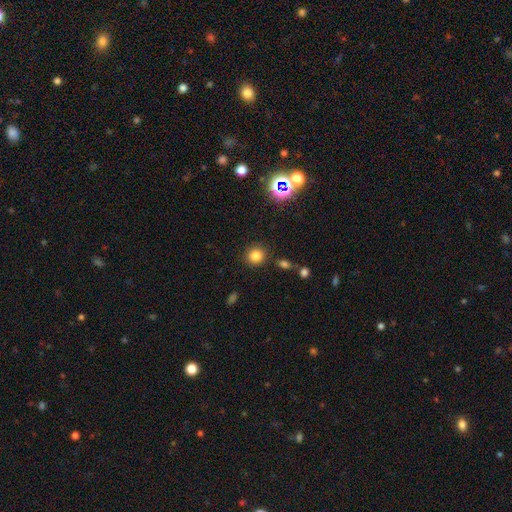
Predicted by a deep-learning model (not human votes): Smooth or featured? smooth (80%)
How rounded? round (84%)
Merging? none (86%)